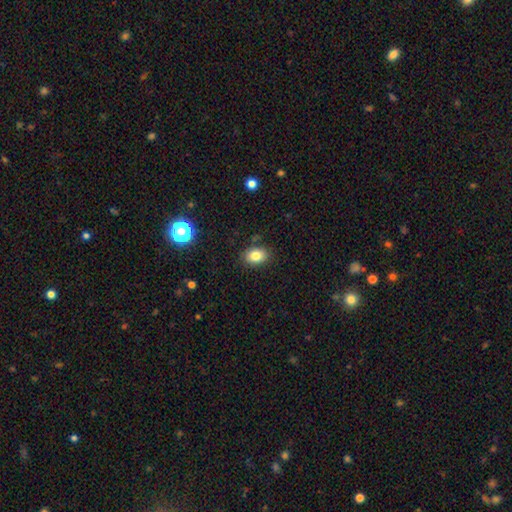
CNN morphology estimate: Smooth or featured? smooth (82%)
How rounded? in between (74%)
Merging? none (84%)